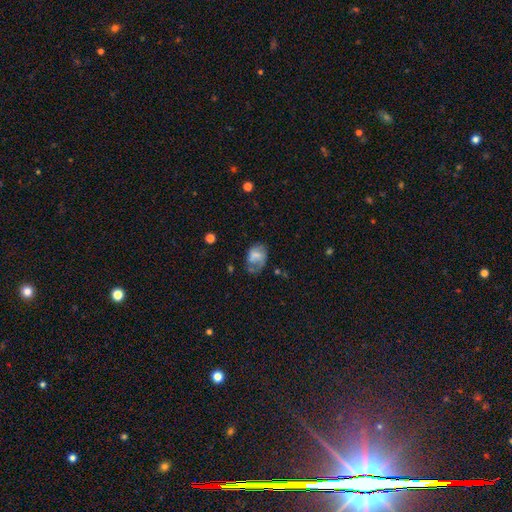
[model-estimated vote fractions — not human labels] Smooth or featured?
  - smooth: 53% *
  - featured or disk: 37%
  - star or artifact: 10%
How rounded?
  - in between: 73% *
  - round: 26%
  - cigar-shaped: 1%
Merging?
  - none: 37% *
  - minor disturbance: 31%
  - major disturbance: 28%
  - merger: 4%